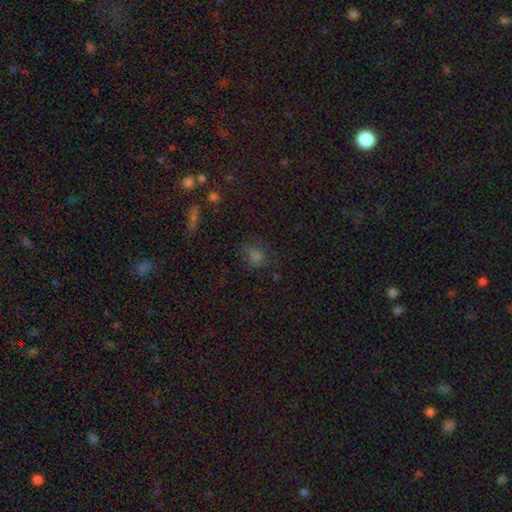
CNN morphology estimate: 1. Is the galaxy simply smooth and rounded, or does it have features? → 59% smooth, 30% star or artifact, 11% featured or disk.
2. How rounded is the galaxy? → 66% round, 32% in between, 2% cigar-shaped.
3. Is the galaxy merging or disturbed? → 67% none, 20% minor disturbance, 10% major disturbance, 3% merger.